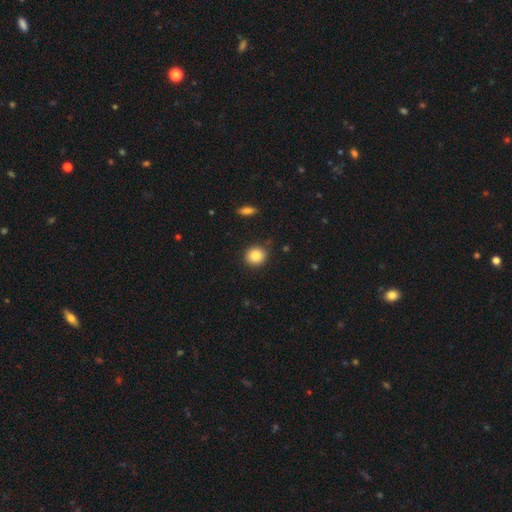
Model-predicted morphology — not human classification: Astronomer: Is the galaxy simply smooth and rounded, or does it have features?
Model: smooth — 86%.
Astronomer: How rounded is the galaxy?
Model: round — 85%.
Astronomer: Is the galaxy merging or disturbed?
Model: none — 89%.